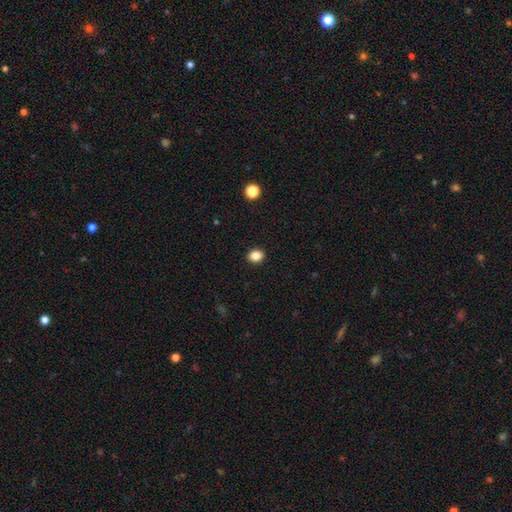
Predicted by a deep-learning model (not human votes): smooth 85%, star or artifact 11%, featured or disk 4%. Down the decision tree: how rounded — round (53%); merging — none (91%).